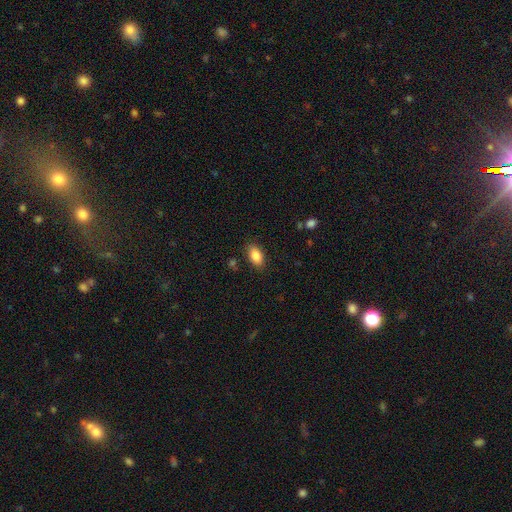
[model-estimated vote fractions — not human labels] Q: Smooth or featured?
A: smooth (86%); runner-up: star or artifact (8%)
Q: How rounded?
A: in between (91%); runner-up: round (6%)
Q: Merging?
A: none (85%); runner-up: minor disturbance (11%)